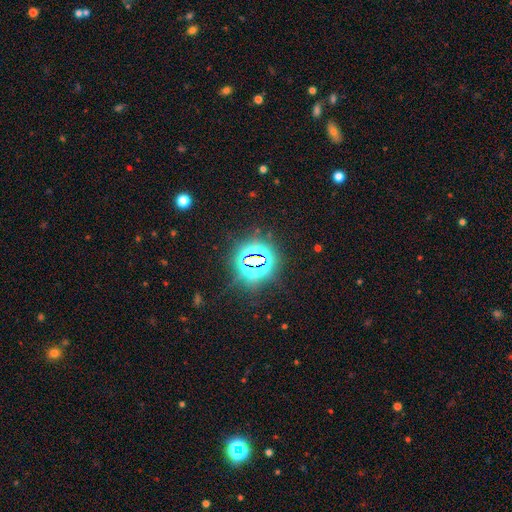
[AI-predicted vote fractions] The model was most divided on "smooth or featured": star or artifact: 81%, smooth: 12%, featured or disk: 7%.